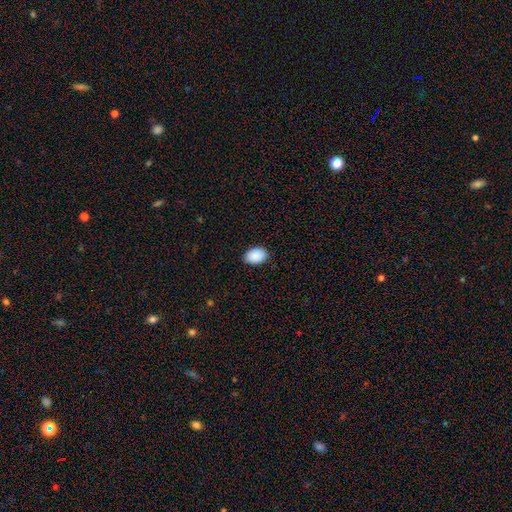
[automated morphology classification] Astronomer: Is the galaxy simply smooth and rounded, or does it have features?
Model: smooth — 91%.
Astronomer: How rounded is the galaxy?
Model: in between — 81%.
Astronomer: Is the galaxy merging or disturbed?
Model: none — 88%.